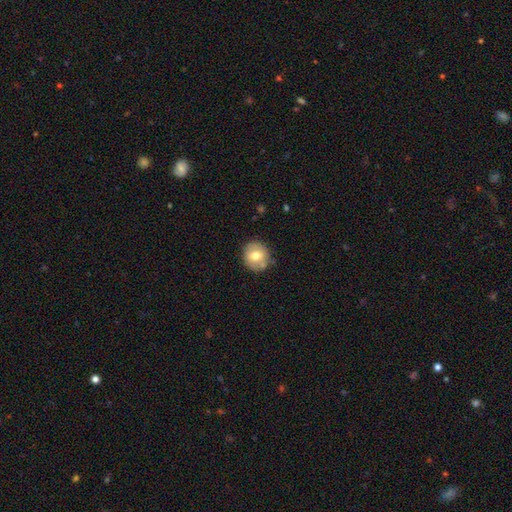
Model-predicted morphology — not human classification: Smooth or featured? smooth (68%)
How rounded? round (85%)
Merging? none (81%)